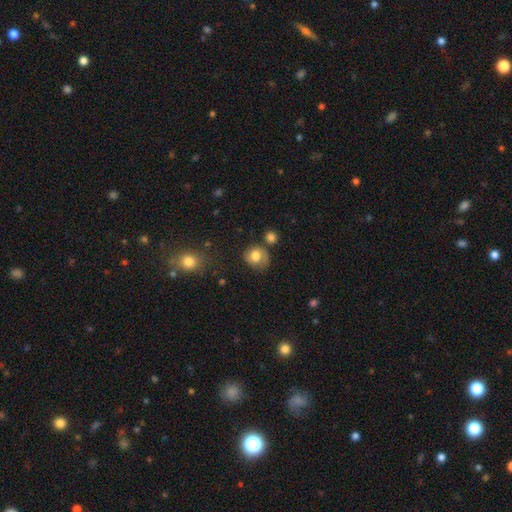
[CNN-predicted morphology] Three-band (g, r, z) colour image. It shows a smooth galaxy with no disk features (71%) that is round (72%). Merging: none (57%).